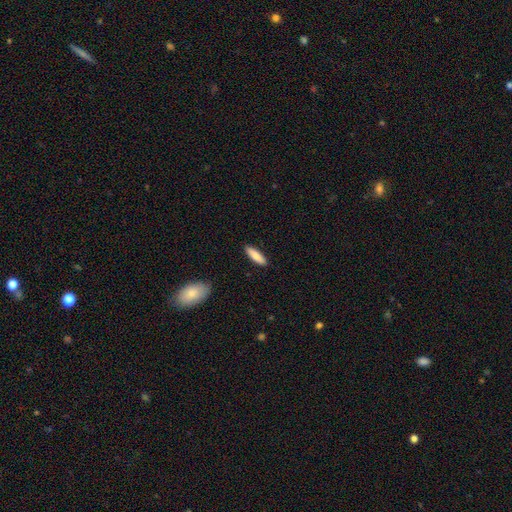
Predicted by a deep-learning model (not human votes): Q: Smooth or featured?
A: smooth (80%); runner-up: featured or disk (14%)
Q: How rounded?
A: cigar-shaped (56%); runner-up: in between (42%)
Q: Merging?
A: none (89%); runner-up: minor disturbance (8%)